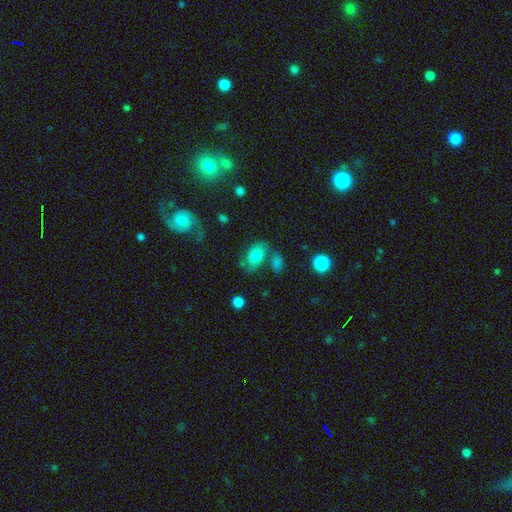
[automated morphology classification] smooth_or_featured: smooth (p=0.62) [alt: featured or disk p=0.28]
how_rounded: in between (p=0.86) [alt: round p=0.12]
merging: none (p=0.45) [alt: minor disturbance p=0.21]